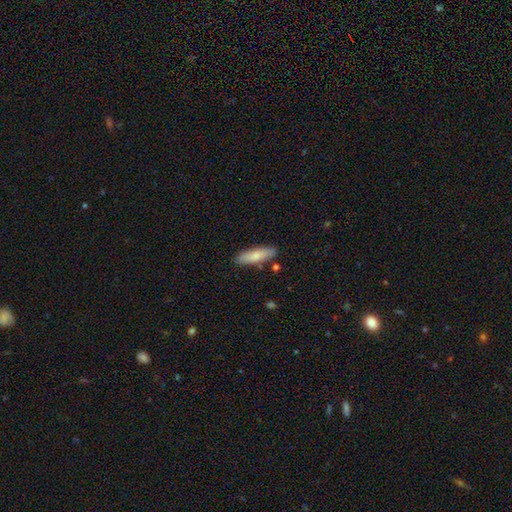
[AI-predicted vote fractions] smooth 77%, featured or disk 17%, star or artifact 6%. Down the decision tree: how rounded — cigar-shaped (54%); merging — none (84%).